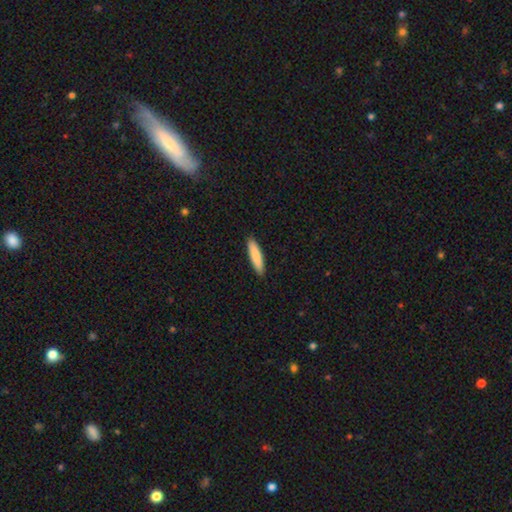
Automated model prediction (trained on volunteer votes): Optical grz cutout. It shows a smooth galaxy with no disk features (85%) that is cigar-shaped (80%). Merging: none (91%).